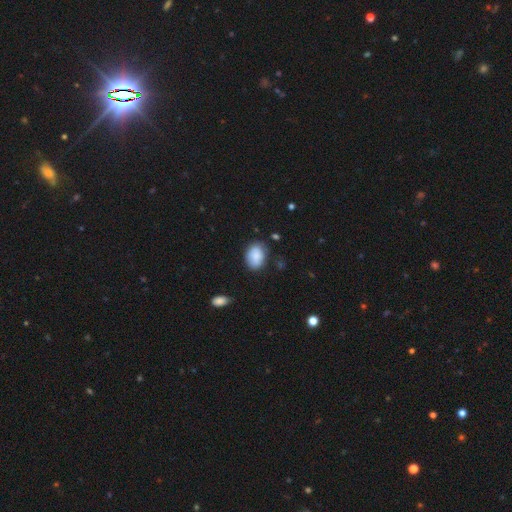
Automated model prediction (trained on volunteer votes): Q: Smooth or featured?
A: smooth (84%); runner-up: featured or disk (9%)
Q: How rounded?
A: in between (80%); runner-up: round (19%)
Q: Merging?
A: none (71%); runner-up: minor disturbance (21%)